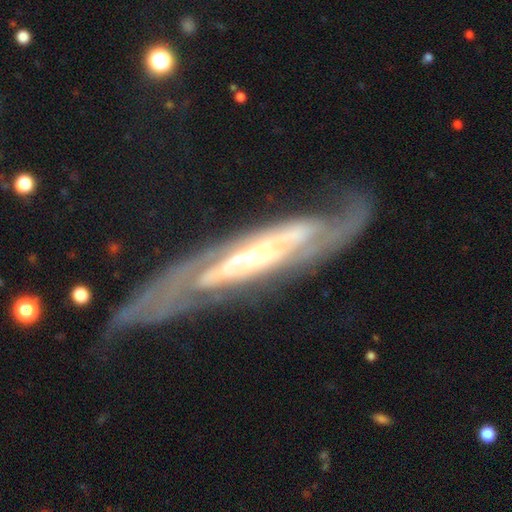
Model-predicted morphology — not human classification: The model was most divided on "spiral winding": tight: 53%, medium: 35%, loose: 13%. More confident: spiral arms — yes (90%); smooth or featured — featured or disk (85%); bulge size — small (69%); edge-on disk — no (69%); merging — none (64%); spiral arm count — 2 (54%); bar — no (51%).